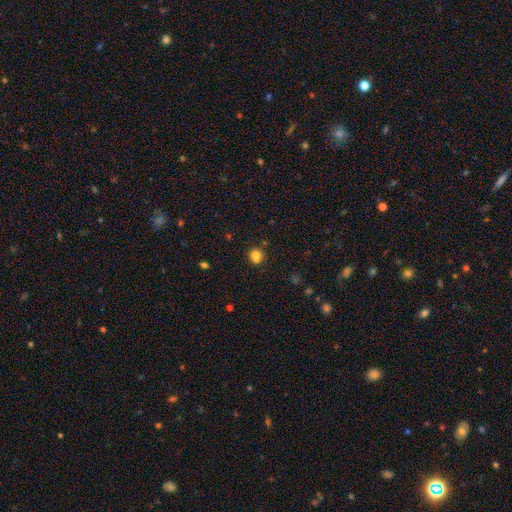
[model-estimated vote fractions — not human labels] smooth-or-featured: smooth: 78% | star or artifact: 13% | featured or disk: 9%
  how-rounded: round: 84% | in between: 15% | cigar-shaped: 1%
  merging: none: 64% | merger: 19% | minor disturbance: 13% | major disturbance: 4%